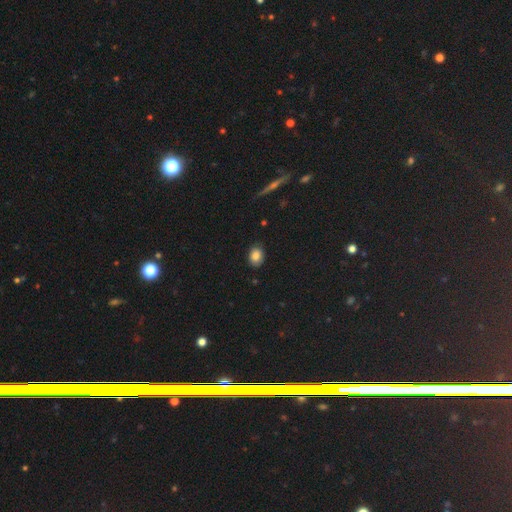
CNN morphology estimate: Smooth or featured? smooth (84%)
How rounded? in between (70%)
Merging? none (85%)